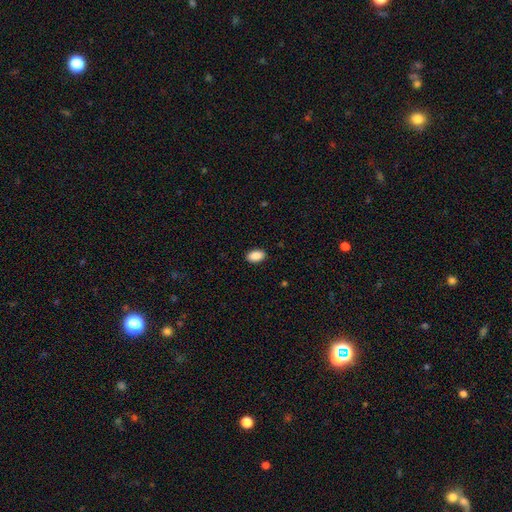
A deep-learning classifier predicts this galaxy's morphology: This is clearly a smooth galaxy (90%). How rounded: clearly in between (92%). Merging: clearly none (90%).